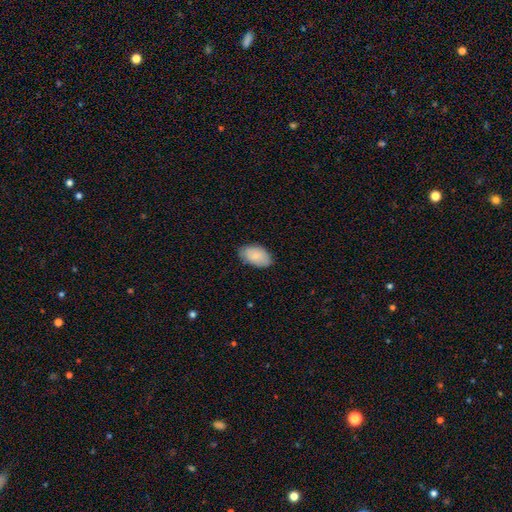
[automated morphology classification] smooth_or_featured: smooth (p=0.84) [alt: featured or disk p=0.10]
how_rounded: in between (p=0.93) [alt: round p=0.05]
merging: none (p=0.78) [alt: minor disturbance p=0.18]